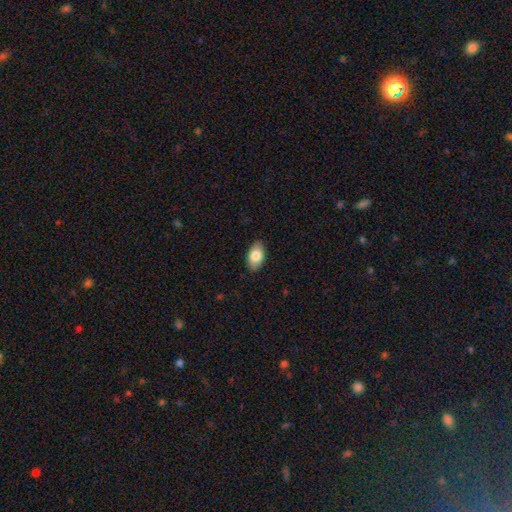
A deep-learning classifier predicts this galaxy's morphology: This is clearly a smooth galaxy (82%). How rounded: clearly in between (93%). Merging: clearly none (87%).